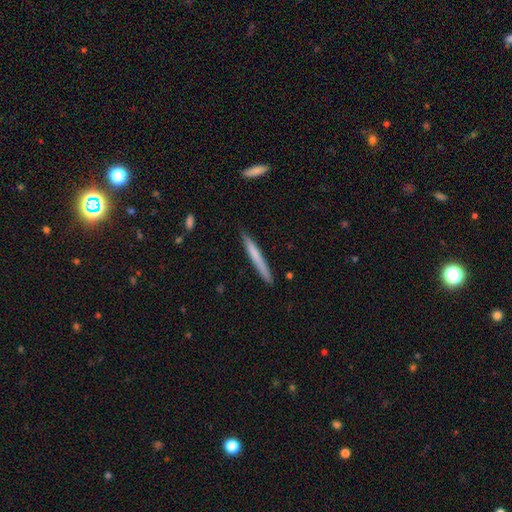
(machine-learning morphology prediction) A smooth galaxy with no disk features (62%) that is cigar-shaped (97%). Merging: none (87%).